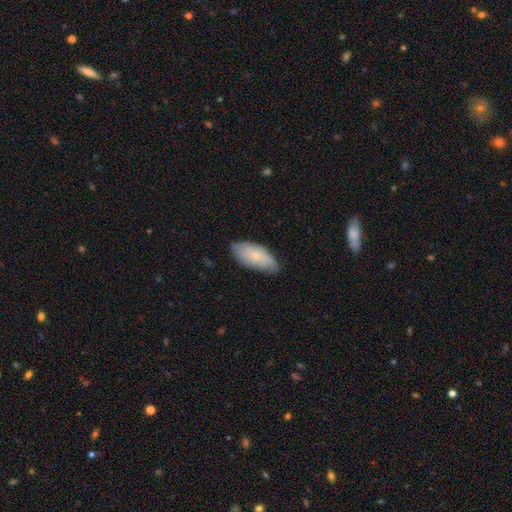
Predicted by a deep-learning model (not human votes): Smooth or featured?
  - smooth: 69% *
  - featured or disk: 25%
  - star or artifact: 6%
How rounded?
  - in between: 89% *
  - cigar-shaped: 9%
  - round: 2%
Merging?
  - none: 71% *
  - minor disturbance: 24%
  - major disturbance: 4%
  - merger: 1%